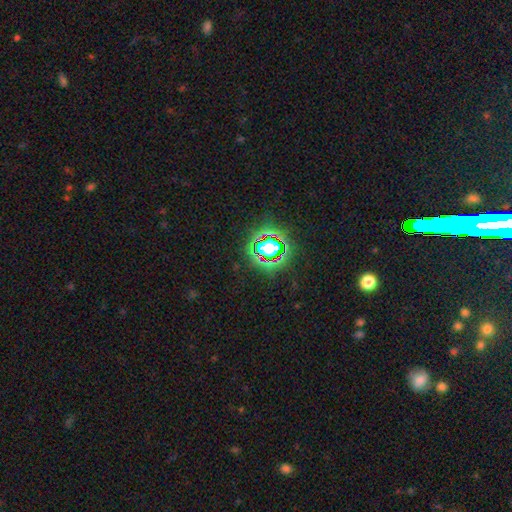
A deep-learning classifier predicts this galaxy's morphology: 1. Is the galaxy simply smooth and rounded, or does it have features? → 72% star or artifact, 19% smooth, 9% featured or disk.